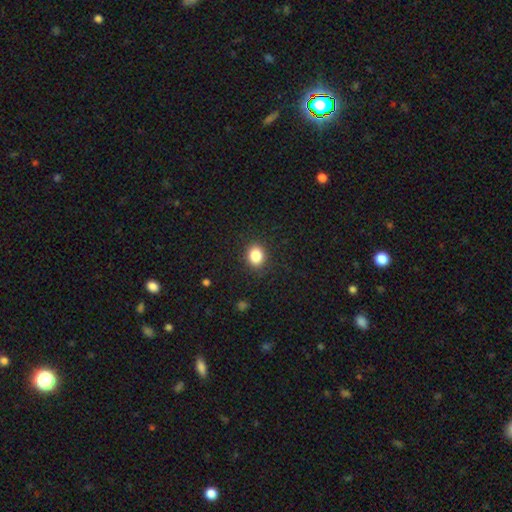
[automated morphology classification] smooth_or_featured: smooth (p=0.85) [alt: star or artifact p=0.10]
how_rounded: round (p=0.56) [alt: in between p=0.43]
merging: none (p=0.88) [alt: minor disturbance p=0.09]